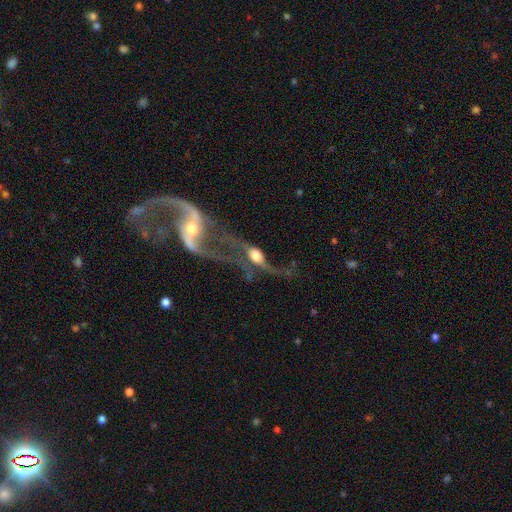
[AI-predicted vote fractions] This appears to be a featured or disk galaxy (69%) with no bar (61%), spiral arms (72%) and a moderate central bulge (43%). Merging: merger (45%).